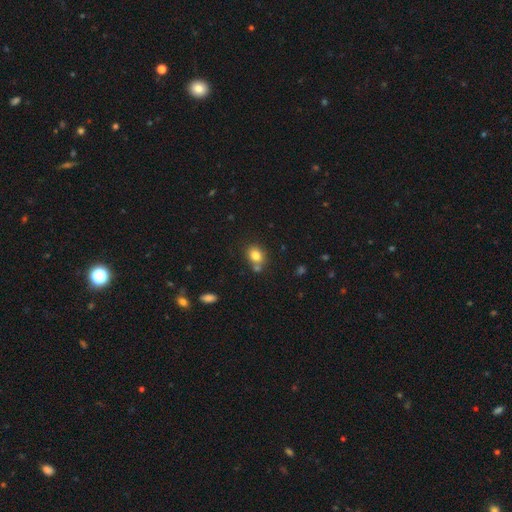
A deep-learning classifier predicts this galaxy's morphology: smooth 80%, star or artifact 11%, featured or disk 9%. Down the decision tree: how rounded — round (55%); merging — none (61%).